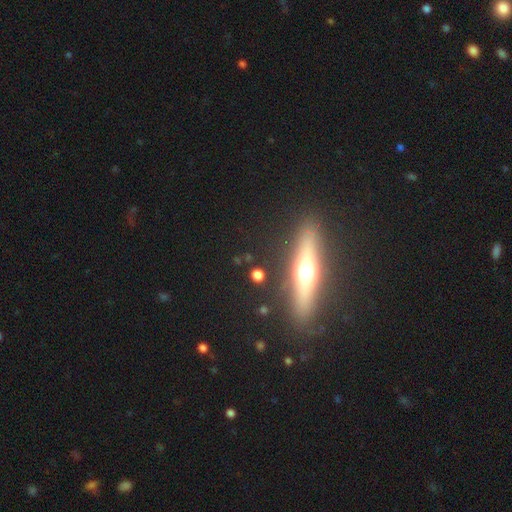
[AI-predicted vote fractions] Smooth or featured? featured or disk (71%)
Edge-on disk? yes (94%)
Edge-on bulge? rounded (94%)
Merging? none (87%)